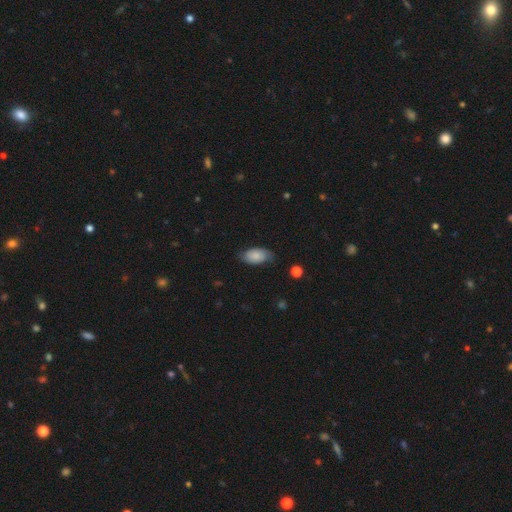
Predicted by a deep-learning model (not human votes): Smooth or featured? Predicted: smooth (p=0.71). How rounded? Predicted: in between (p=0.93). Merging? Predicted: none (p=0.67).